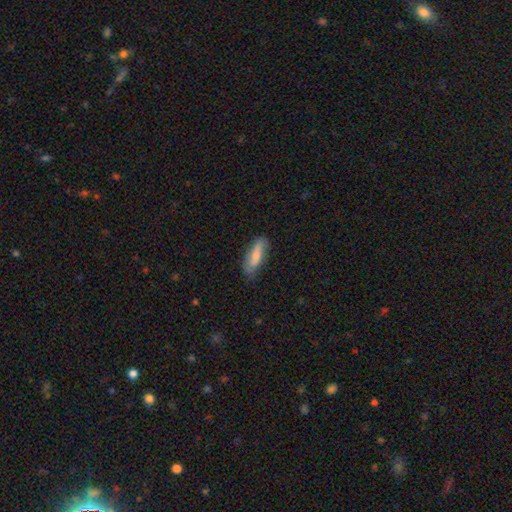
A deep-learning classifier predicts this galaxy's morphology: A smooth galaxy with no disk features (70%) that is in between round and cigar-shaped (56%). Merging: none (70%).